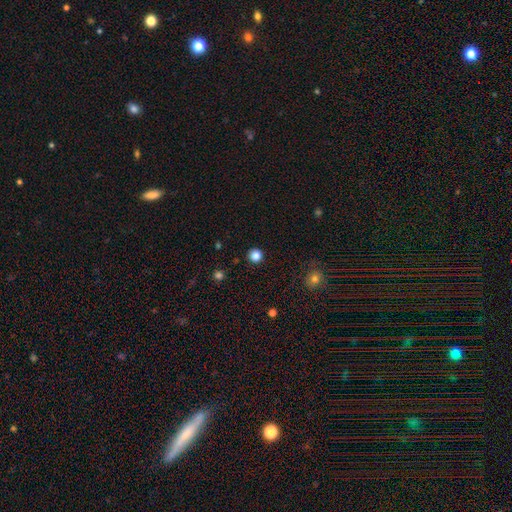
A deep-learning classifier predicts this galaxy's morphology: smooth_or_featured: smooth (p=0.84) [alt: star or artifact p=0.13]
how_rounded: round (p=0.94) [alt: in between p=0.05]
merging: none (p=0.92) [alt: minor disturbance p=0.05]